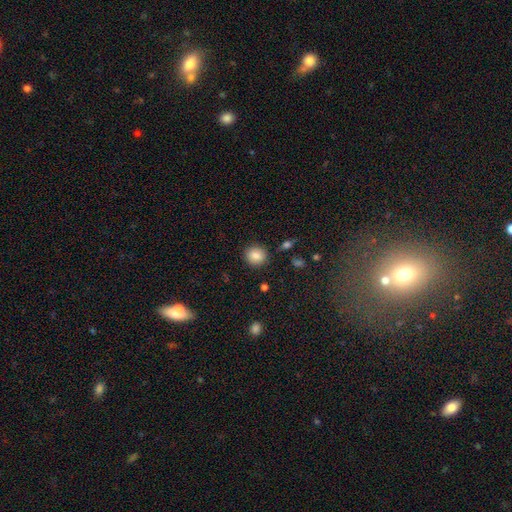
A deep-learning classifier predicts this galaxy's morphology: This appears to be a smooth galaxy with no disk features (85%) that is round (84%). Merging: none (89%).